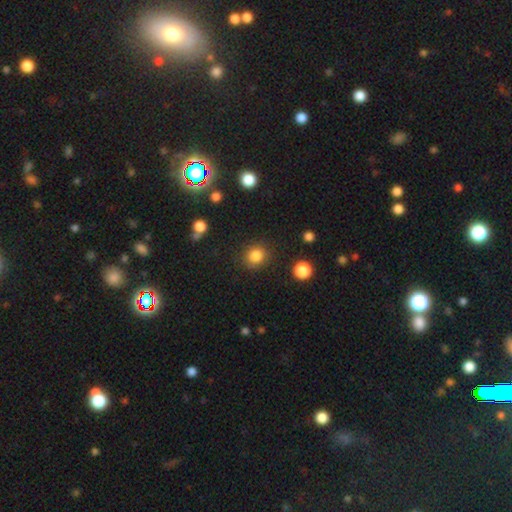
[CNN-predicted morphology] smooth_or_featured: smooth (p=0.84) [alt: star or artifact p=0.11]
how_rounded: round (p=0.83) [alt: in between p=0.16]
merging: none (p=0.86) [alt: minor disturbance p=0.09]